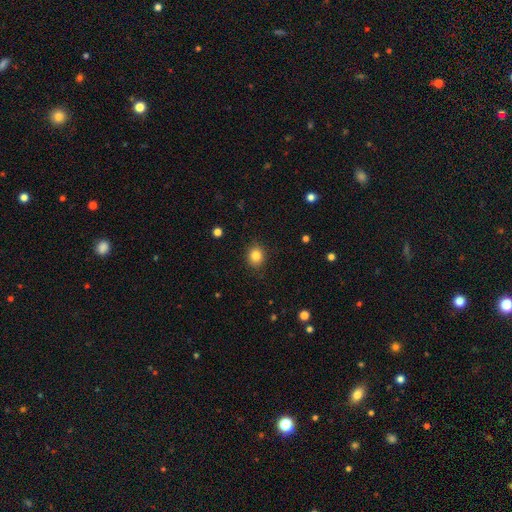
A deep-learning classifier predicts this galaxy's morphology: The model was most divided on "how rounded": round: 74%, in between: 25%, cigar-shaped: 1%. More confident: merging — none (88%); smooth or featured — smooth (84%).